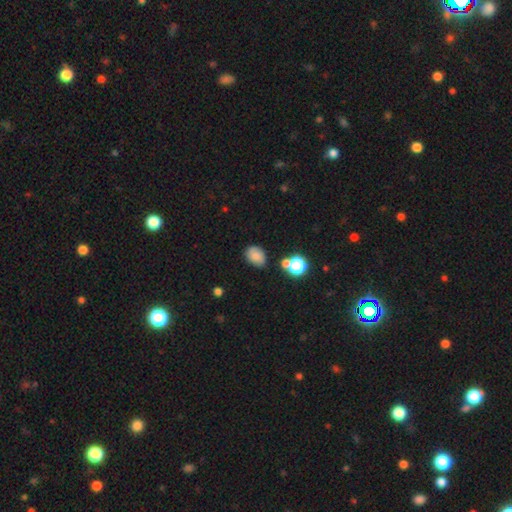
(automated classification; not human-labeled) The model was most divided on "how rounded": in between: 64%, round: 35%, cigar-shaped: 1%. More confident: smooth or featured — smooth (70%); merging — none (68%).